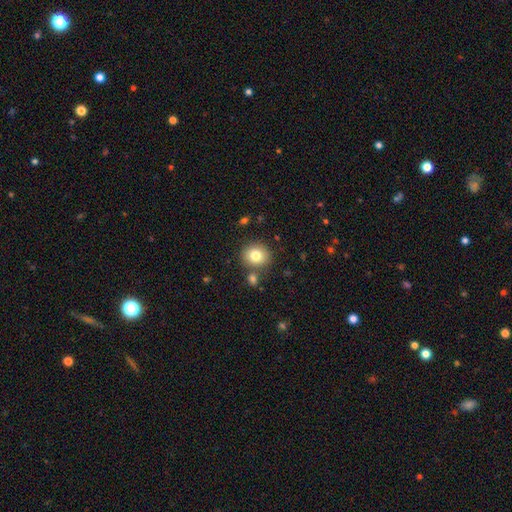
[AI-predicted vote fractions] A smooth galaxy with no disk features (80%) that is round (83%).

Vote fractions:
- Smooth or featured? smooth: 80% / star or artifact: 10% / featured or disk: 10%
- How rounded? round: 83% / in between: 17% / cigar-shaped: 1%
- Merging? none: 78% / merger: 10% / minor disturbance: 9% / major disturbance: 3%